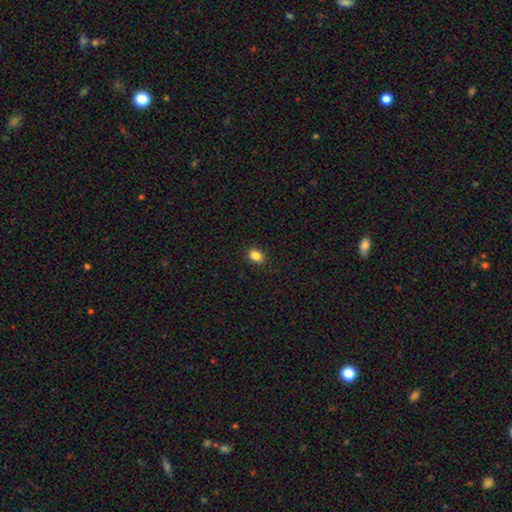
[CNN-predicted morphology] Q: Smooth or featured?
A: smooth (85%); runner-up: star or artifact (10%)
Q: How rounded?
A: in between (64%); runner-up: round (35%)
Q: Merging?
A: none (89%); runner-up: minor disturbance (8%)